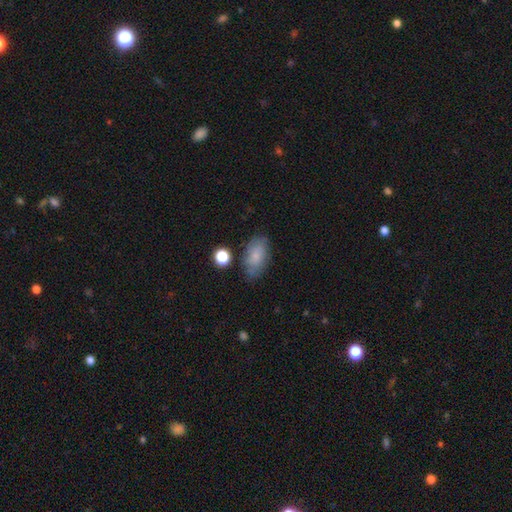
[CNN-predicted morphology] This is likely a smooth galaxy (72%). How rounded: clearly in between (90%). Merging: likely none (69%).